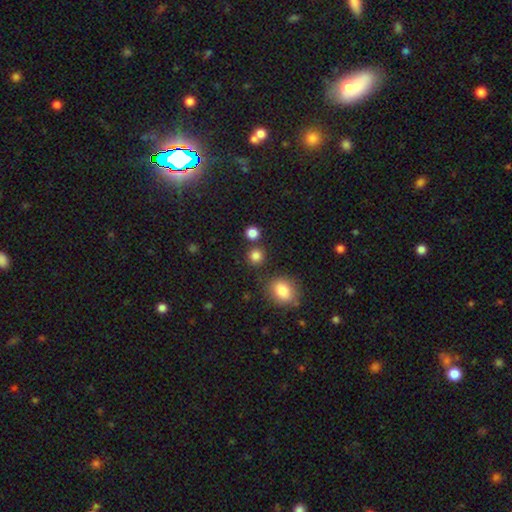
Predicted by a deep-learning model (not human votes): smooth 83%, star or artifact 12%, featured or disk 4%. Down the decision tree: how rounded — round (88%); merging — none (81%).